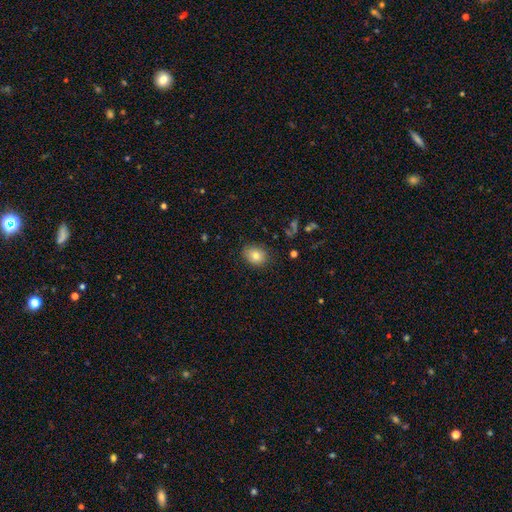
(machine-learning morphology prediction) Q: Smooth or featured?
A: smooth (78%); runner-up: featured or disk (12%)
Q: How rounded?
A: in between (56%); runner-up: round (43%)
Q: Merging?
A: none (81%); runner-up: minor disturbance (15%)